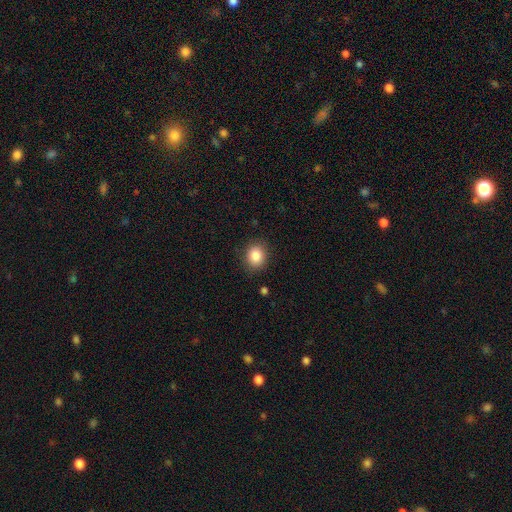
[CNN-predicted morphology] Smooth or featured? smooth (85%)
How rounded? round (64%)
Merging? none (87%)